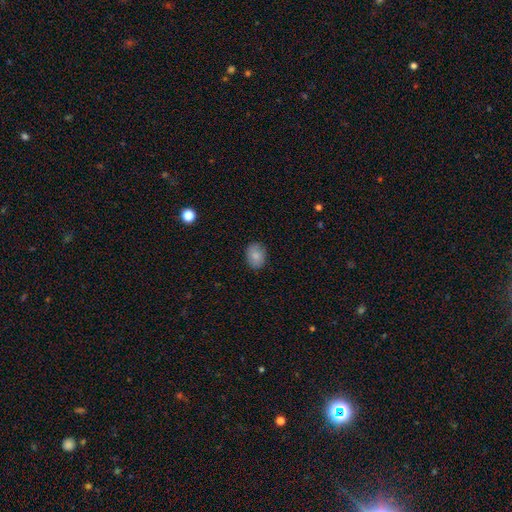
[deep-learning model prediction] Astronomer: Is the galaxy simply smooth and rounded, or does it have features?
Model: smooth — 85%.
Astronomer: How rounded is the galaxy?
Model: in between — 63%.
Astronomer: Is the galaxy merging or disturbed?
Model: none — 85%.